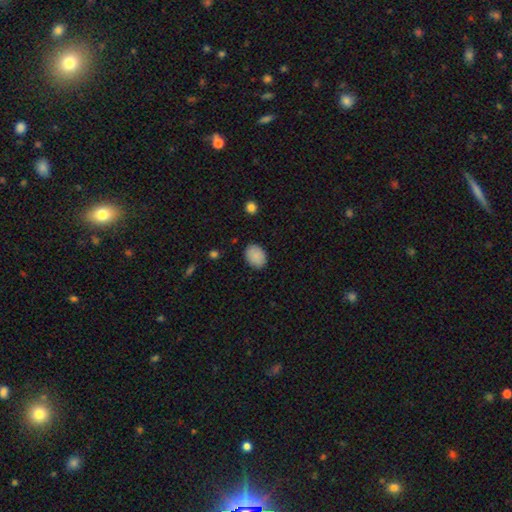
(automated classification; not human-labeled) smooth 87%, star or artifact 8%, featured or disk 5%. Down the decision tree: how rounded — in between (71%); merging — none (86%).